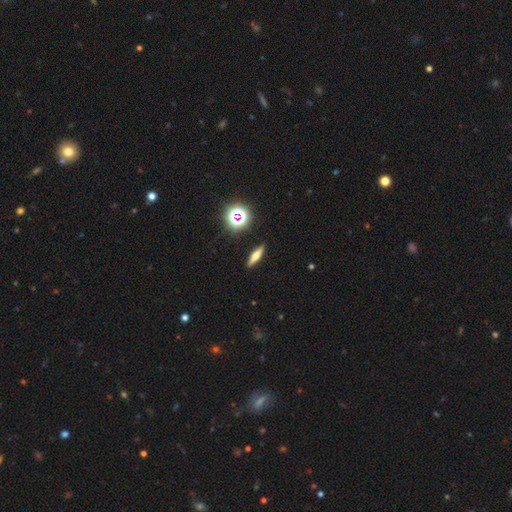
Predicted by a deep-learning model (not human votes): A smooth galaxy with no disk features (50%).

Vote fractions:
- Smooth or featured? smooth: 50% / featured or disk: 36% / star or artifact: 14%
- Merging? none: 90% / minor disturbance: 7% / major disturbance: 2% / merger: 1%